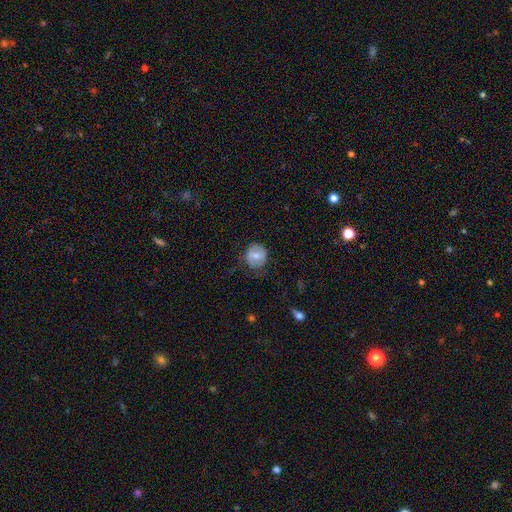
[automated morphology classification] The model was most divided on "smooth or featured": smooth: 66%, featured or disk: 26%, star or artifact: 8%. More confident: how rounded — round (84%); merging — none (70%).